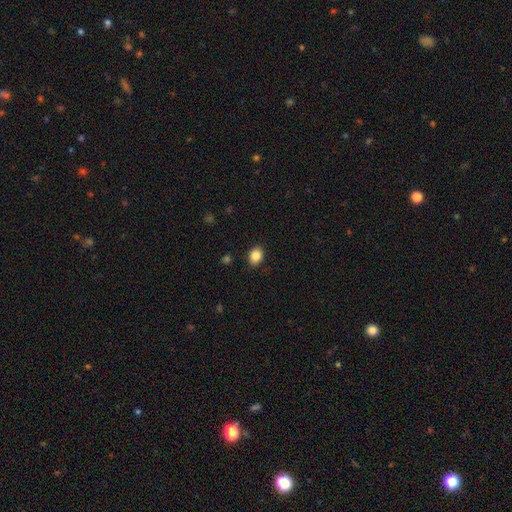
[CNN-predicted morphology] smooth-or-featured: smooth: 87% | star or artifact: 9% | featured or disk: 4%
  how-rounded: in between: 60% | round: 39% | cigar-shaped: 1%
  merging: none: 89% | minor disturbance: 8% | major disturbance: 2% | merger: 1%